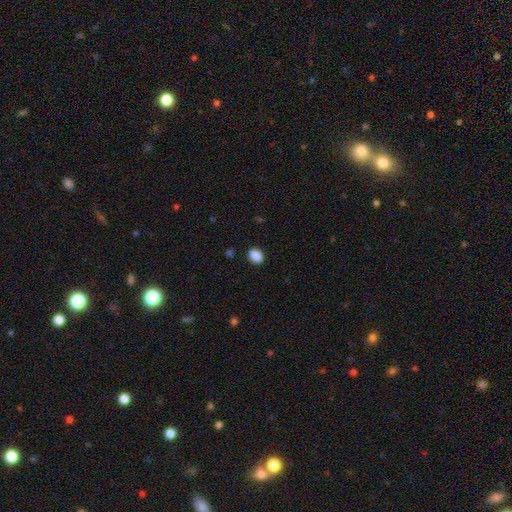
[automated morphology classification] This is clearly a smooth galaxy (89%). How rounded: likely in between (70%). Merging: clearly none (89%).